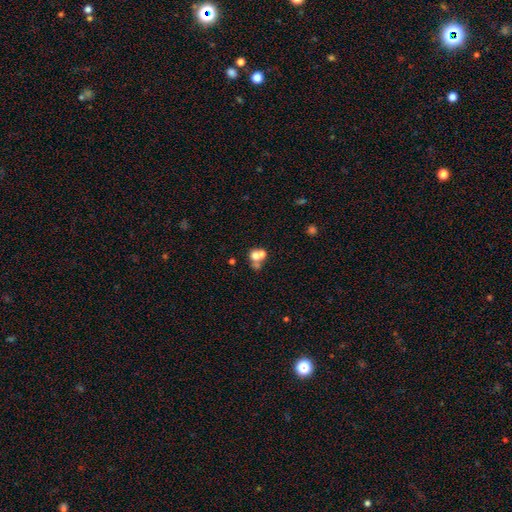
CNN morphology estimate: Q: Smooth or featured?
A: smooth (59%); runner-up: featured or disk (26%)
Q: How rounded?
A: round (72%); runner-up: in between (26%)
Q: Merging?
A: merger (60%); runner-up: none (28%)